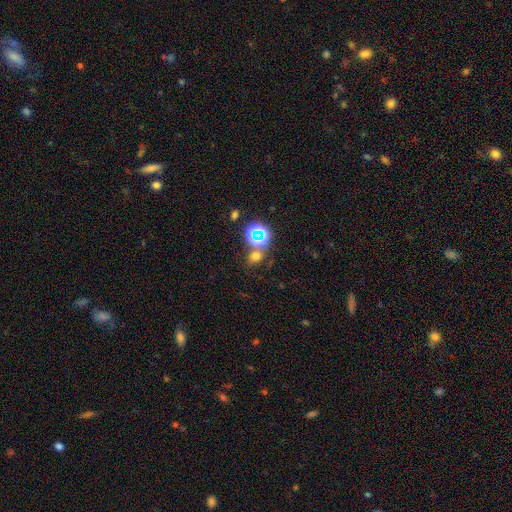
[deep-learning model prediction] Smooth or featured? Predicted: smooth (p=0.58). How rounded? Predicted: round (p=0.71). Merging? Predicted: none (p=0.71).